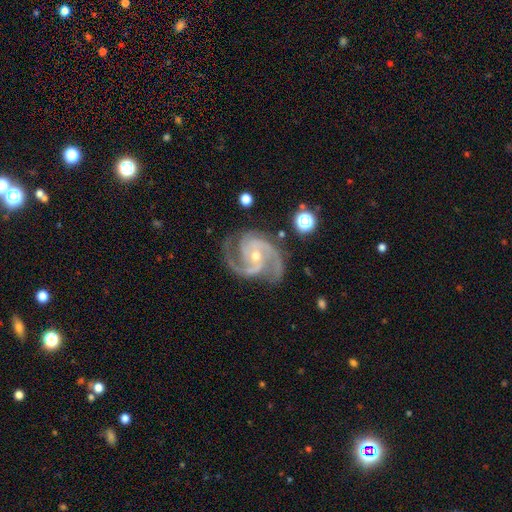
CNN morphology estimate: Smooth or featured?
  - featured or disk: 93% *
  - star or artifact: 4%
  - smooth: 2%
Edge-on disk?
  - no: 98% *
  - yes: 2%
Bar?
  - no: 52% *
  - weak: 32%
  - strong: 16%
Spiral arms?
  - yes: 99% *
  - no: 1%
Spiral winding?
  - medium: 54% *
  - tight: 39%
  - loose: 6%
Spiral arm count?
  - 3: 46% *
  - 2: 39%
  - 4: 4%
  - can't tell: 4%
  - 1: 3%
  - more than 4: 3%
Bulge size?
  - small: 57% *
  - moderate: 40%
  - large: 1%
  - none: 1%
  - dominant: 1%
Merging?
  - none: 74% *
  - minor disturbance: 18%
  - major disturbance: 7%
  - merger: 2%